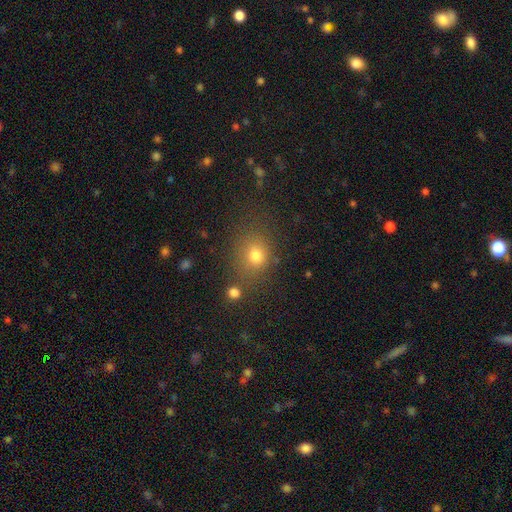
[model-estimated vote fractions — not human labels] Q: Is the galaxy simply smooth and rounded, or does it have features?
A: smooth — 74%.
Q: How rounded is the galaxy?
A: round — 61%.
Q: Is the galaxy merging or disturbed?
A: none — 69%.